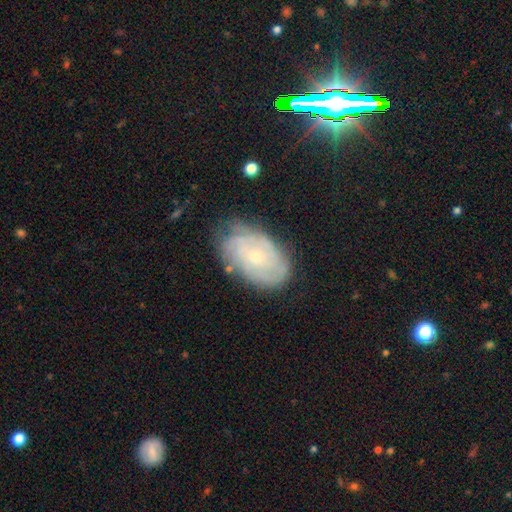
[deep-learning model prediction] A featured or disk galaxy (70%) with no bar (77%), tight (70%) spiral arms (86%) and a small central bulge (73%). Merging: none (68%).